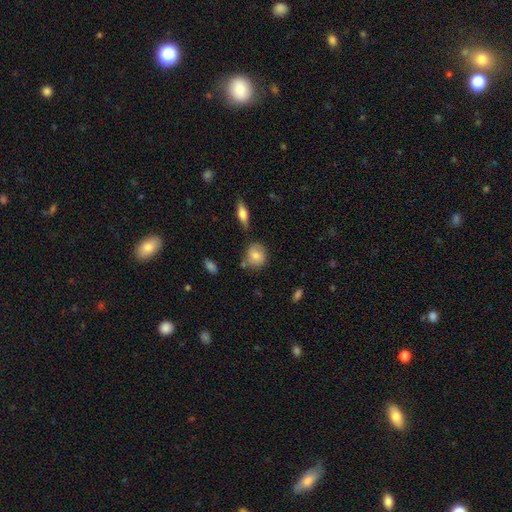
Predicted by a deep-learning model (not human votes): Q: Smooth or featured?
A: smooth (75%); runner-up: featured or disk (17%)
Q: How rounded?
A: round (69%); runner-up: in between (30%)
Q: Merging?
A: none (64%); runner-up: minor disturbance (23%)